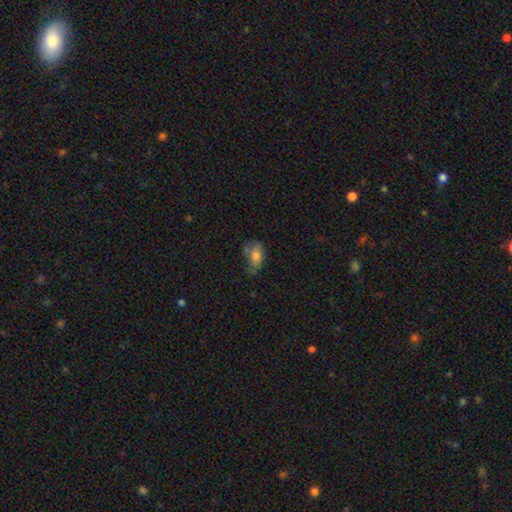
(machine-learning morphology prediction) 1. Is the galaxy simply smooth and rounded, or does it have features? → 70% smooth, 21% featured or disk, 9% star or artifact.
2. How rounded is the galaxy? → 88% in between, 8% round, 4% cigar-shaped.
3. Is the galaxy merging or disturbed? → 39% none, 34% minor disturbance, 21% major disturbance, 6% merger.